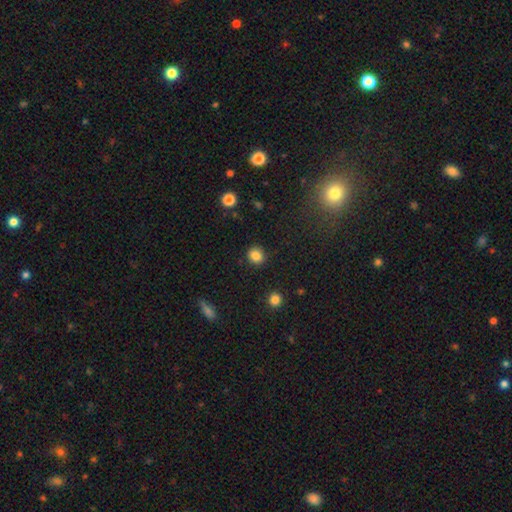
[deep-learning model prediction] Morphology: type=smooth (85%); roundness=round (78%); merging=none (90%).